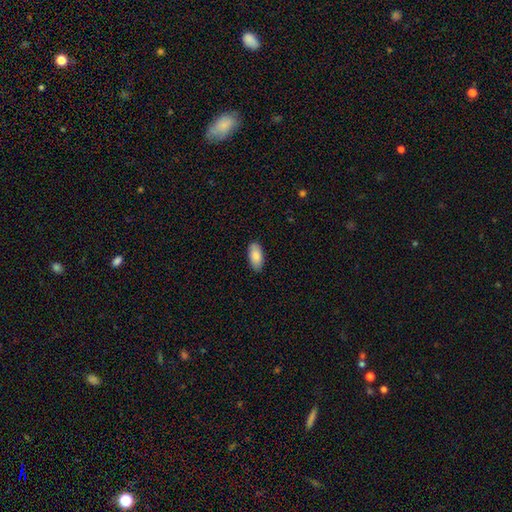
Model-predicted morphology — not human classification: smooth 85%, featured or disk 9%, star or artifact 6%. Down the decision tree: how rounded — in between (92%); merging — none (88%).